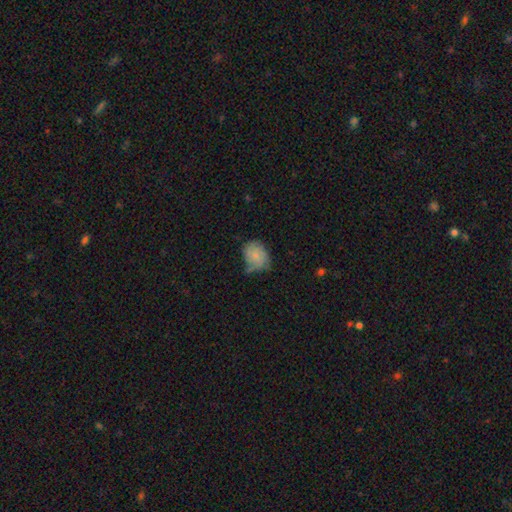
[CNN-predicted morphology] smooth_or_featured: smooth (p=0.65) [alt: featured or disk p=0.27]
how_rounded: in between (p=0.55) [alt: round p=0.44]
merging: none (p=0.45) [alt: minor disturbance p=0.37]